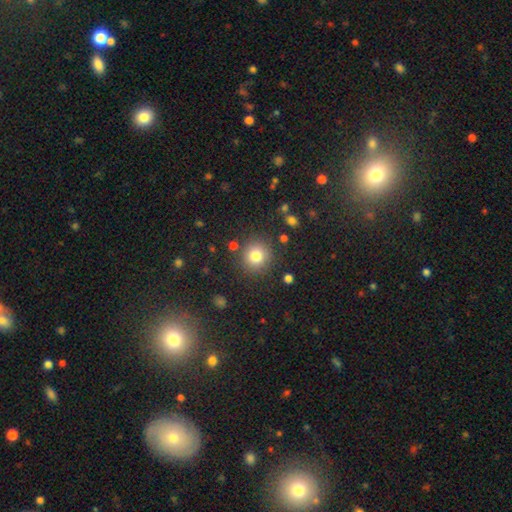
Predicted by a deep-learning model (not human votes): This appears to be a smooth galaxy with no disk features (80%) that is round (91%). Merging: none (86%).